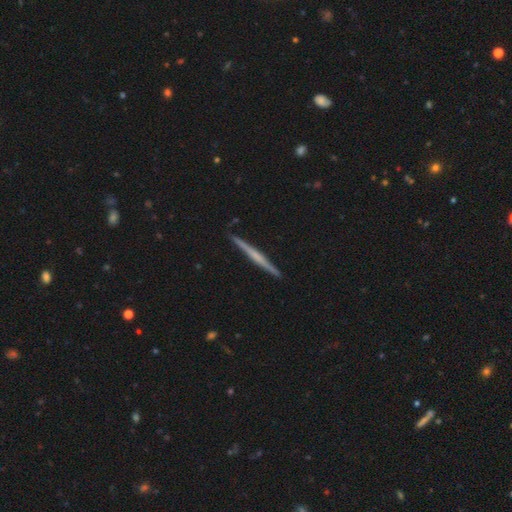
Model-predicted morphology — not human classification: Smooth or featured? Predicted: featured or disk (p=0.64). Edge-on disk? Predicted: yes (p=0.98). Edge-on bulge? Predicted: none (p=0.59). Merging? Predicted: none (p=0.92).